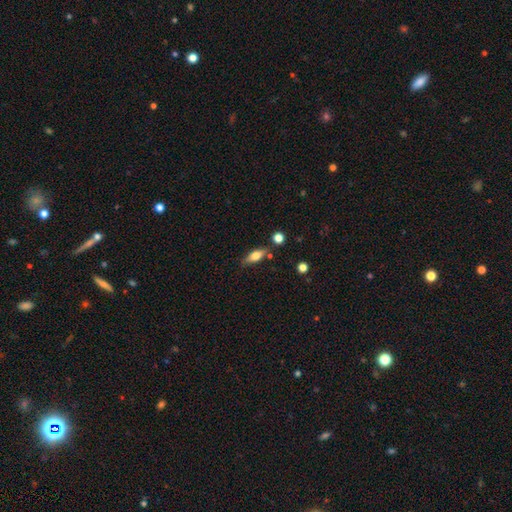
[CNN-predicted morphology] smooth-or-featured: smooth: 59% | featured or disk: 34% | star or artifact: 8%
  how-rounded: in between: 60% | cigar-shaped: 36% | round: 4%
  merging: none: 76% | minor disturbance: 14% | merger: 7% | major disturbance: 3%